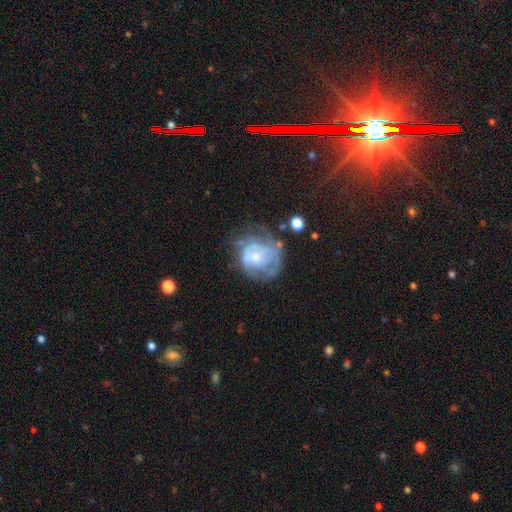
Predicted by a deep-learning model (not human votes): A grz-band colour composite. It shows a featured or disk galaxy (62%) with no bar (77%), spiral arms (59%) and a small central bulge (46%). Merging: none (42%).